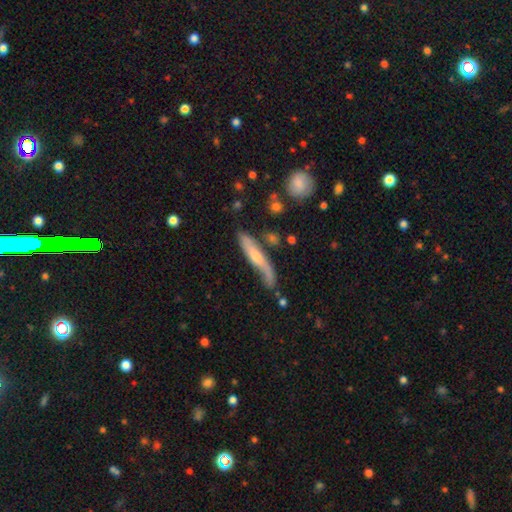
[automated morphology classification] smooth_or_featured: featured or disk (p=0.49) [alt: smooth p=0.45]
merging: none (p=0.51) [alt: minor disturbance p=0.28]